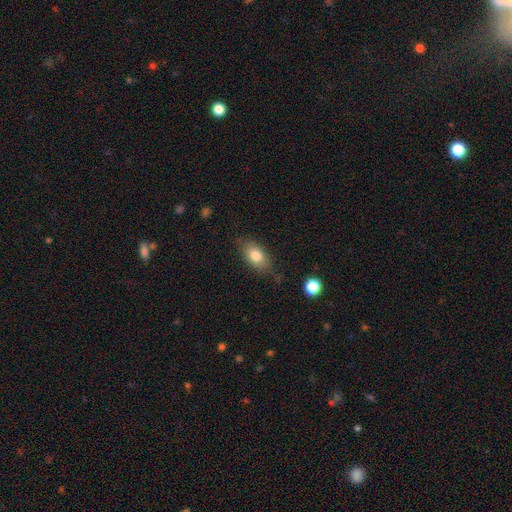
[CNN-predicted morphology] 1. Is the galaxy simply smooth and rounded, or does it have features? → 79% smooth, 13% featured or disk, 8% star or artifact.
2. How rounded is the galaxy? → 85% in between, 10% round, 5% cigar-shaped.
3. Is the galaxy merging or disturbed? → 74% none, 19% minor disturbance, 5% major disturbance, 2% merger.